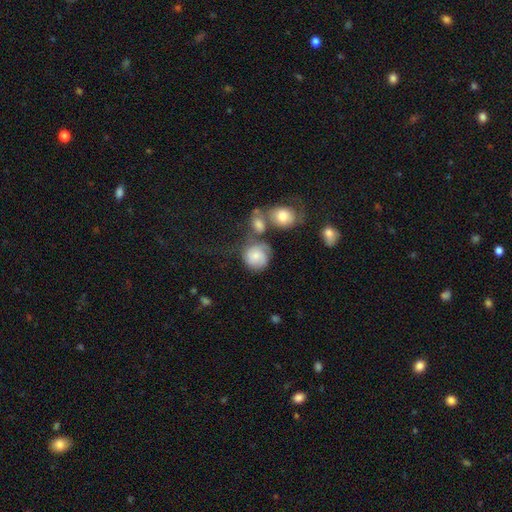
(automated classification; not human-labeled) Overall: smooth (60%; featured or disk 31%). How rounded: round (80%). Merging: none (44%; merger 21%).